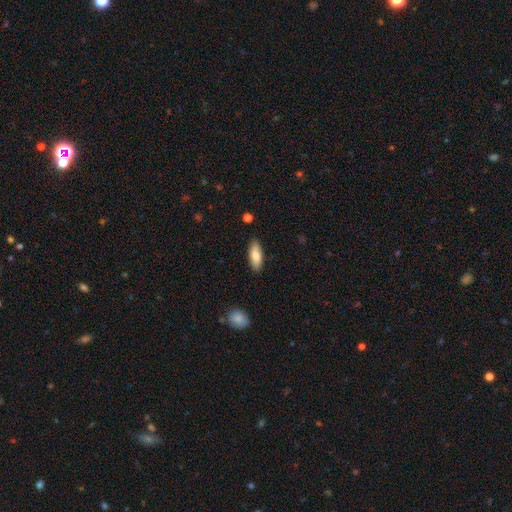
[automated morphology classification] type=smooth (80%); roundness=in between (73%); merging=none (87%).